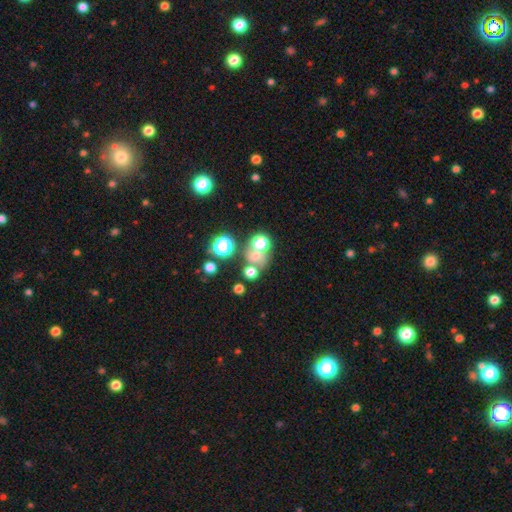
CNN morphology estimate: This is possibly a smooth galaxy (53%). How rounded: likely round (74%). Merging: possibly none (47%).